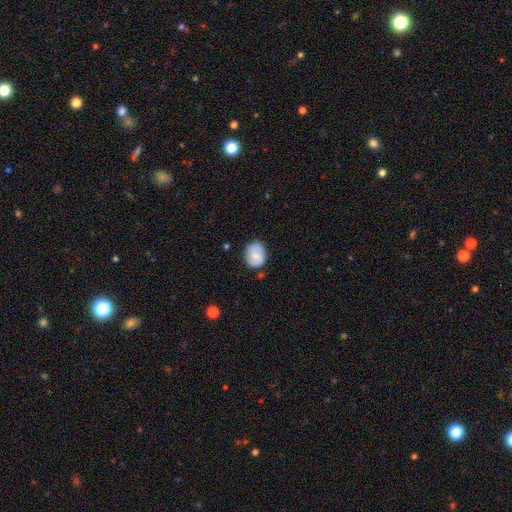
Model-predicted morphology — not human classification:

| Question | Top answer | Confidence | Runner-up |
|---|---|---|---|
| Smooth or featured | smooth | 64% | featured or disk (28%) |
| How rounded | round | 56% | in between (43%) |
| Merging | none | 73% | minor disturbance (21%) |